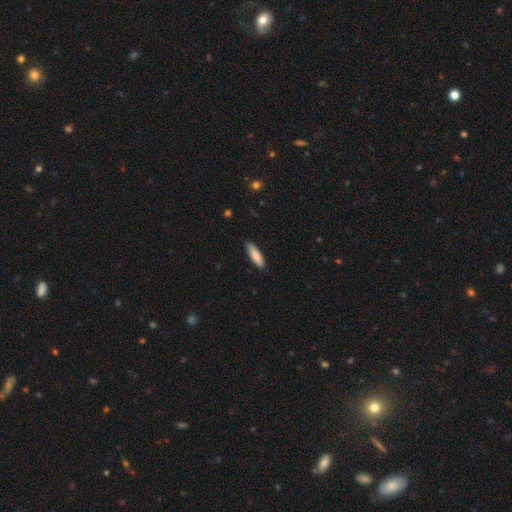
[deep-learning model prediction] This is clearly a smooth galaxy (86%). How rounded: likely cigar-shaped (62%). Merging: clearly none (88%).